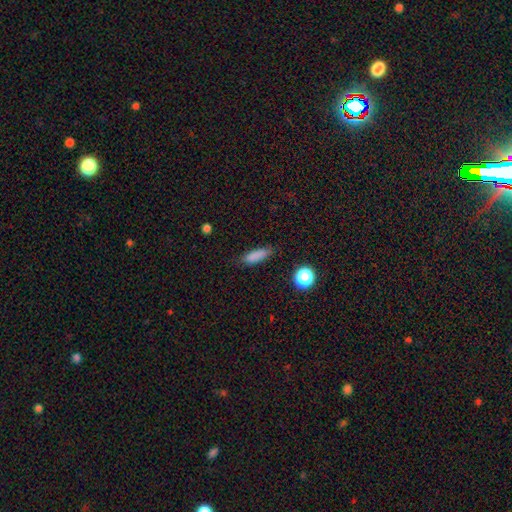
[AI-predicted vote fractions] Q: Smooth or featured?
A: smooth (83%); runner-up: star or artifact (10%)
Q: How rounded?
A: cigar-shaped (52%); runner-up: in between (45%)
Q: Merging?
A: none (76%); runner-up: minor disturbance (18%)